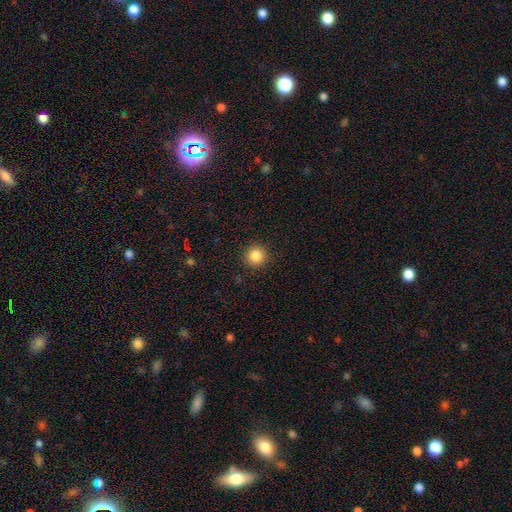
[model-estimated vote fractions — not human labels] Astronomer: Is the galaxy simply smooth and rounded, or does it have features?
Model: smooth — 86%.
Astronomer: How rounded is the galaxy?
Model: round — 95%.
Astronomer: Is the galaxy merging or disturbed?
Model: none — 92%.